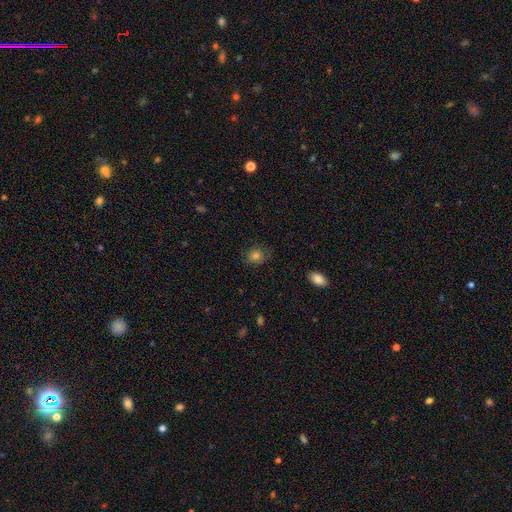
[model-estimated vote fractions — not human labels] Smooth or featured: smooth — 75% (star or artifact — 14%)
How rounded: round — 66% (in between — 32%)
Merging: none — 77% (minor disturbance — 17%)